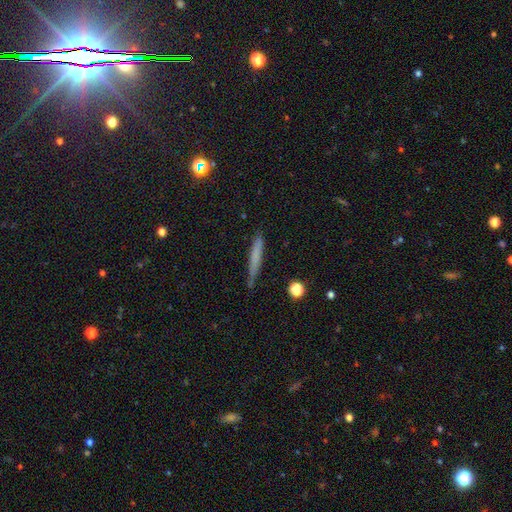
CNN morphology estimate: This appears to be a smooth galaxy with no disk features (65%) that is cigar-shaped (95%). Merging: none (80%).